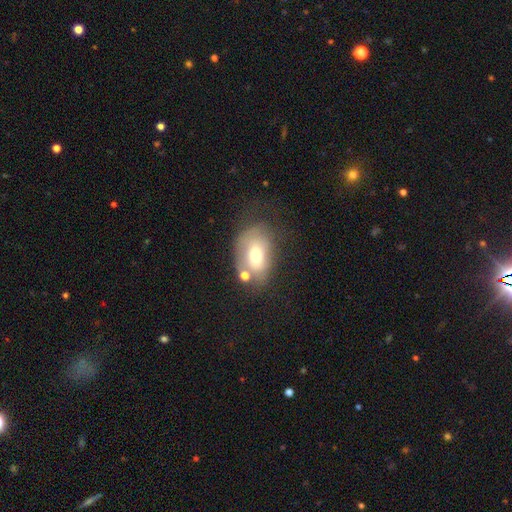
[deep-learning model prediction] Smooth or featured?
  - smooth: 63% *
  - featured or disk: 28%
  - star or artifact: 9%
How rounded?
  - in between: 85% *
  - round: 14%
  - cigar-shaped: 1%
Merging?
  - none: 44% *
  - minor disturbance: 26%
  - major disturbance: 15%
  - merger: 15%